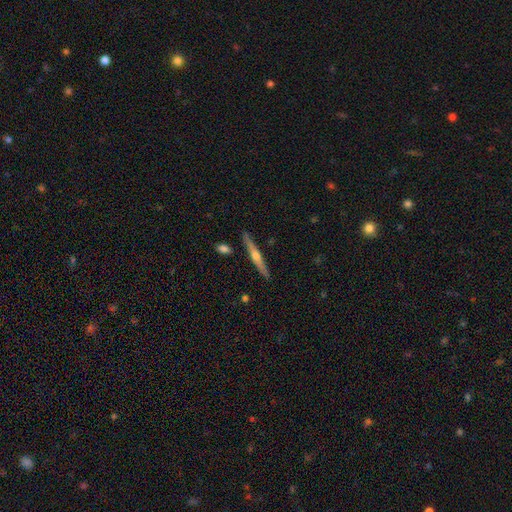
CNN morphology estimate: The model was most divided on "smooth or featured": featured or disk: 73%, smooth: 22%, star or artifact: 6%. More confident: edge-on disk — yes (98%); edge-on bulge — rounded (90%); merging — none (89%).